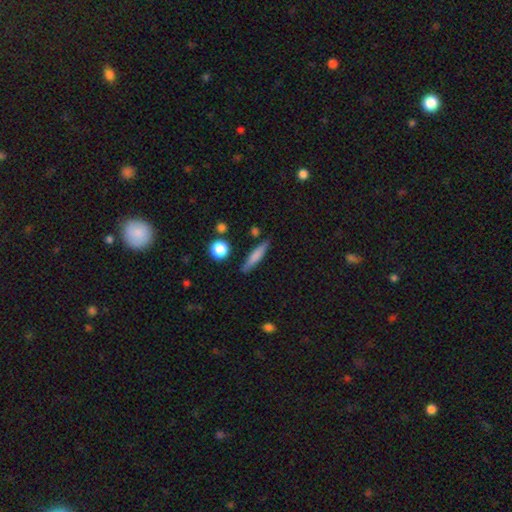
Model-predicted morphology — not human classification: type=smooth (71%); roundness=cigar-shaped (86%); merging=none (83%).